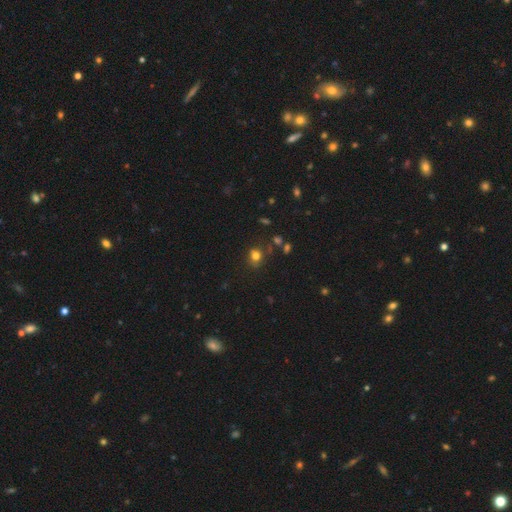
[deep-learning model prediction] Overall: smooth (75%). How rounded: round (67%; in between 32%). Merging: none (70%).